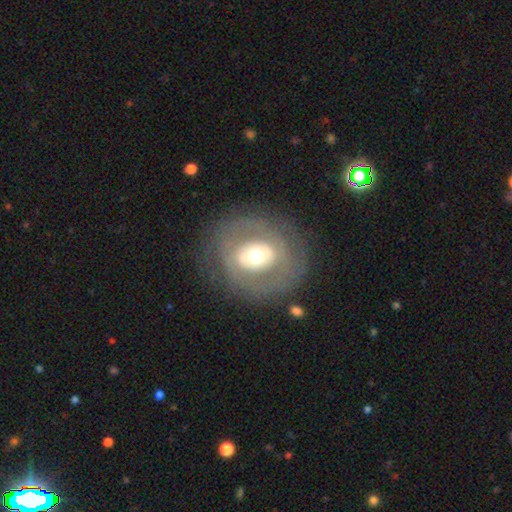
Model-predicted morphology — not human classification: Smooth or featured: featured or disk — 56% (smooth — 36%)
Edge-on disk: no — 95% (yes — 5%)
Bar: no — 76% (weak — 16%)
Spiral arms: no — 79% (yes — 21%)
Bulge size: moderate — 64% (large — 21%)
Merging: none — 77% (minor disturbance — 12%)